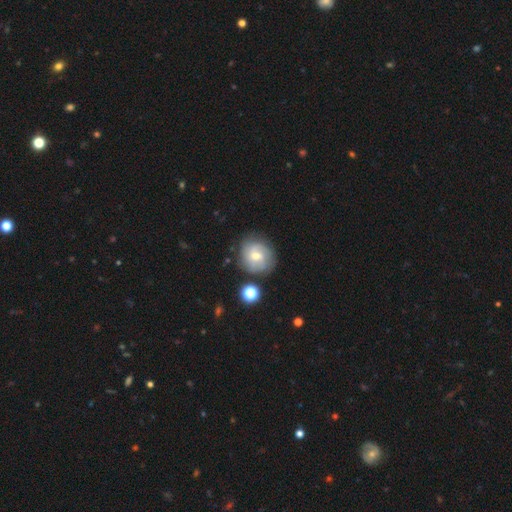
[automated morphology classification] This is possibly a featured or disk galaxy (53%). It is clearly not viewed edge-on (97%). Bar: possibly no (49%). Spiral arm pattern: clearly yes (82%). Central bulge: possibly moderate (51%). Merging: likely none (73%).